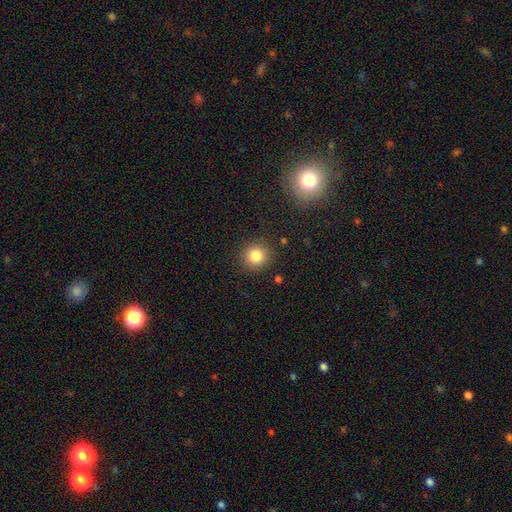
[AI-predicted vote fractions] Morphology: type=smooth (83%); roundness=round (90%); merging=none (89%).